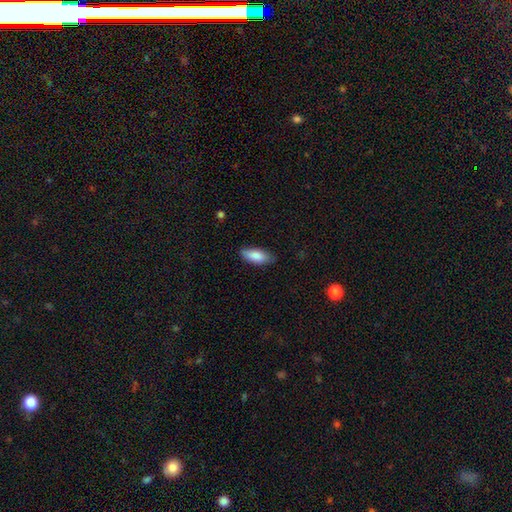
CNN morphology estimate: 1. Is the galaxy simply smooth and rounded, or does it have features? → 85% smooth, 9% featured or disk, 6% star or artifact.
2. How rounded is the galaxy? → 82% in between, 16% cigar-shaped, 2% round.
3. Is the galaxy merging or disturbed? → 80% none, 16% minor disturbance, 3% major disturbance, 1% merger.